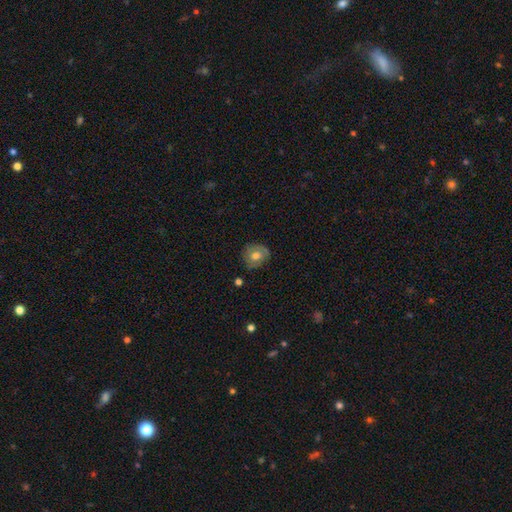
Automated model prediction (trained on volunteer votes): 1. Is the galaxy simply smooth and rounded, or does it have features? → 56% smooth, 36% featured or disk, 8% star or artifact.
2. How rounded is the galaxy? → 76% round, 23% in between, 1% cigar-shaped.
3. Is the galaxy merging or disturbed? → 72% none, 20% minor disturbance, 6% major disturbance, 2% merger.